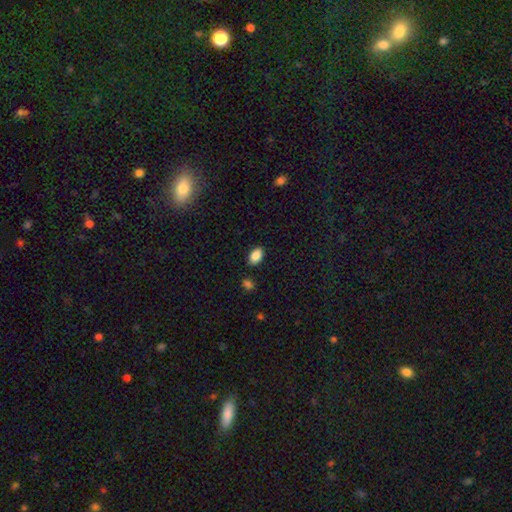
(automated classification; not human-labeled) Smooth or featured? smooth (88%)
How rounded? in between (91%)
Merging? none (86%)